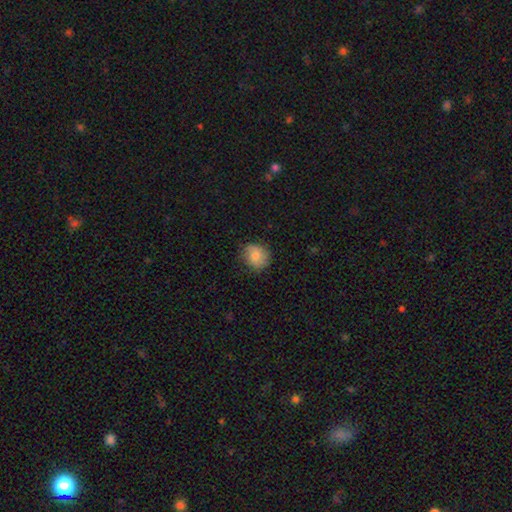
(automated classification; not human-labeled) Morphology: type=smooth (75%); roundness=round (82%); merging=none (77%).